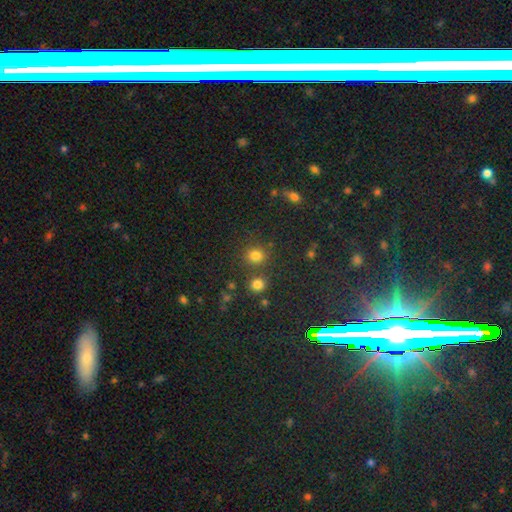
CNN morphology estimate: This is likely a smooth galaxy (77%). How rounded: clearly round (82%). Merging: likely none (72%).